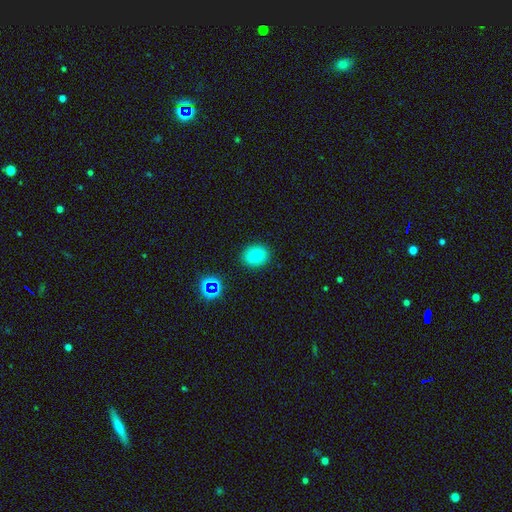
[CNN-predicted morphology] Overall: smooth (77%). How rounded: round (55%; in between 44%). Merging: none (89%).